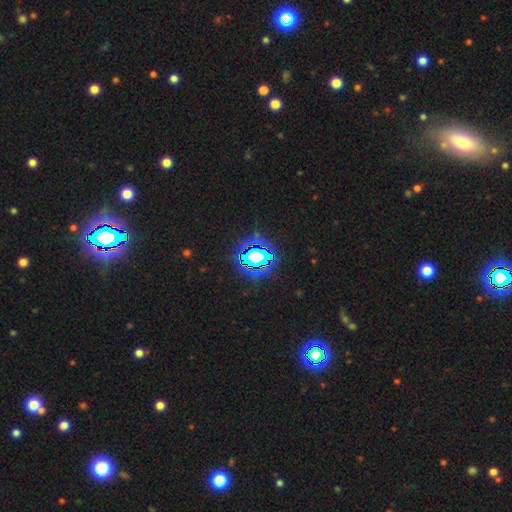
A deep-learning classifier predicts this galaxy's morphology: A star or artifact, not a galaxy (70%).